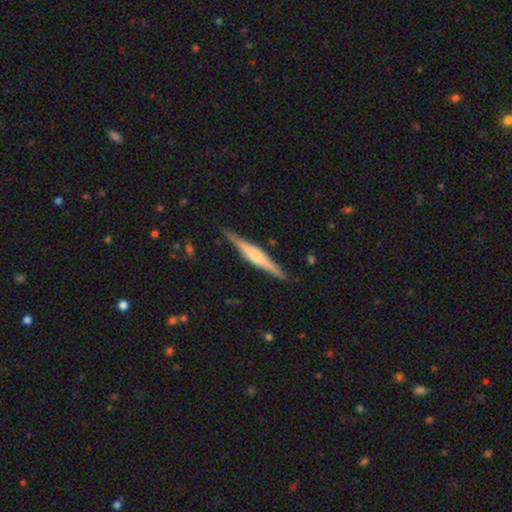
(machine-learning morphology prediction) type=featured or disk (77%); edge-on=yes (98%); edge-on bulge=rounded (70%); merging=none (89%).